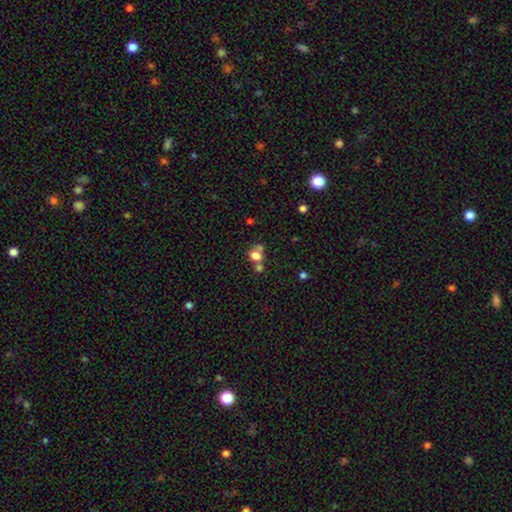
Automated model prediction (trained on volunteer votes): Q: Smooth or featured?
A: smooth (72%); runner-up: star or artifact (15%)
Q: How rounded?
A: round (60%); runner-up: in between (38%)
Q: Merging?
A: merger (43%); runner-up: none (40%)